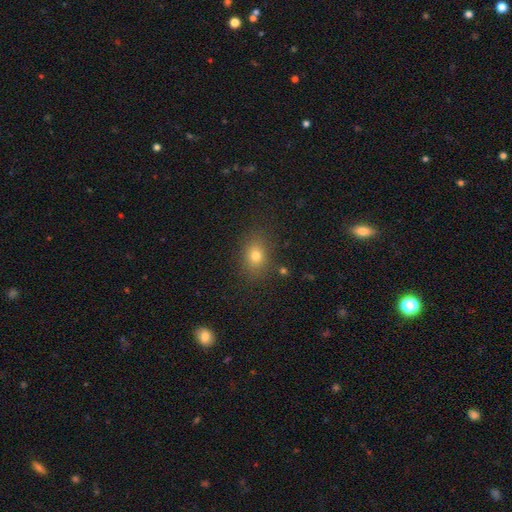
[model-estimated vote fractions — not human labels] Smooth or featured? Predicted: smooth (p=0.76). How rounded? Predicted: in between (p=0.57). Merging? Predicted: none (p=0.84).